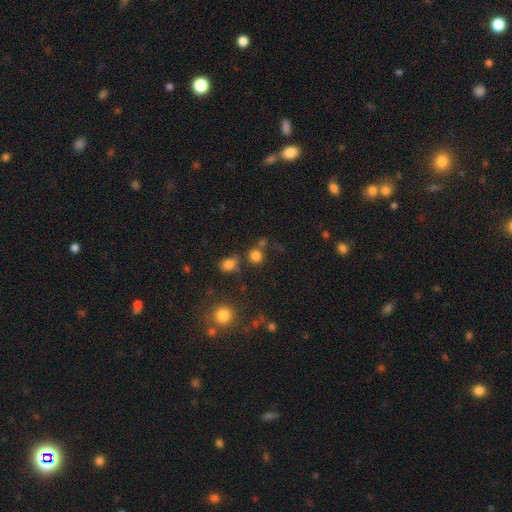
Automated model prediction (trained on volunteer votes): Smooth or featured? Predicted: smooth (p=0.78). How rounded? Predicted: round (p=0.87). Merging? Predicted: none (p=0.71).